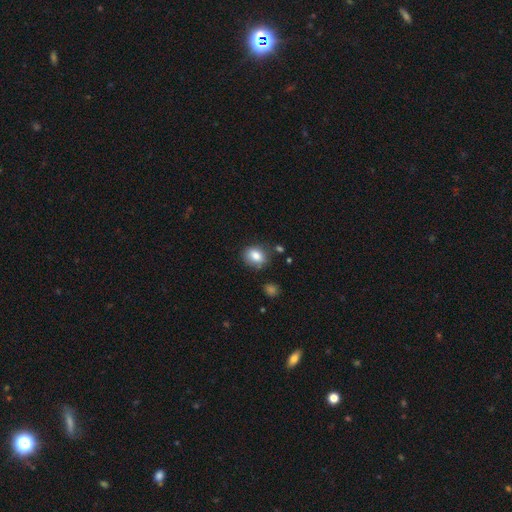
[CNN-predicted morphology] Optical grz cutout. It shows a smooth galaxy with no disk features (83%) that is in between round and cigar-shaped (53%). Merging: none (77%).